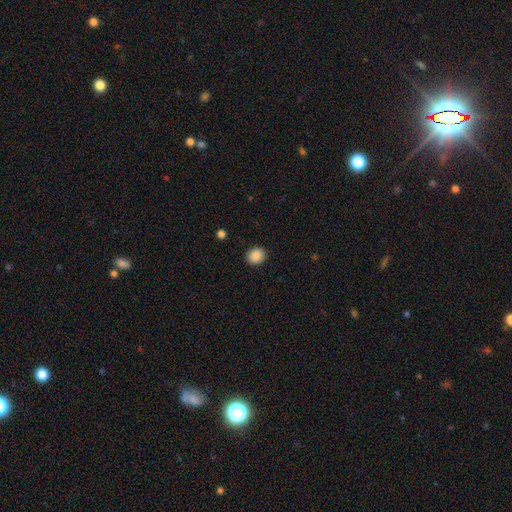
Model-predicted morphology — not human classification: A smooth galaxy with no disk features (88%) that is round (70%).

Vote fractions:
- Smooth or featured? smooth: 88% / star or artifact: 9% / featured or disk: 3%
- How rounded? round: 70% / in between: 29% / cigar-shaped: 1%
- Merging? none: 91% / minor disturbance: 6% / major disturbance: 2% / merger: 1%